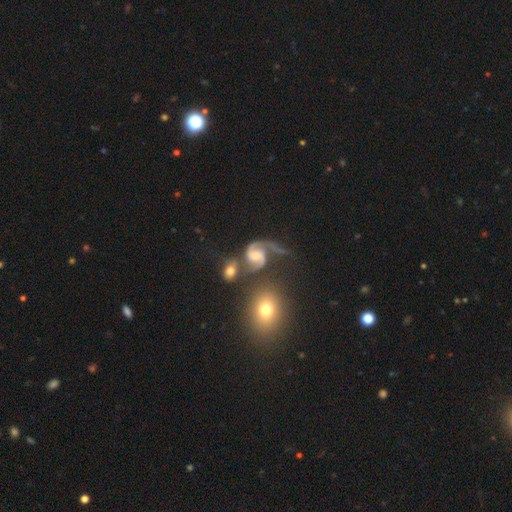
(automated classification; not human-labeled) Smooth or featured? Predicted: featured or disk (p=0.88). Edge-on disk? Predicted: no (p=0.98). Bar? Predicted: no (p=0.43, tied with weak). Spiral arms? Predicted: yes (p=0.97). Spiral winding? Predicted: medium (p=0.54). Spiral arm count? Predicted: 2 (p=0.87). Bulge size? Predicted: moderate (p=0.40). Merging? Predicted: none (p=0.43).